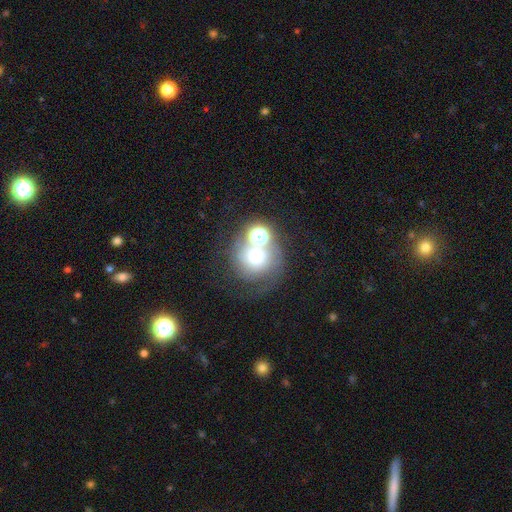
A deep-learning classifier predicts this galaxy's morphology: This appears to be a smooth galaxy with no disk features (50%). Merging: merger (36%).